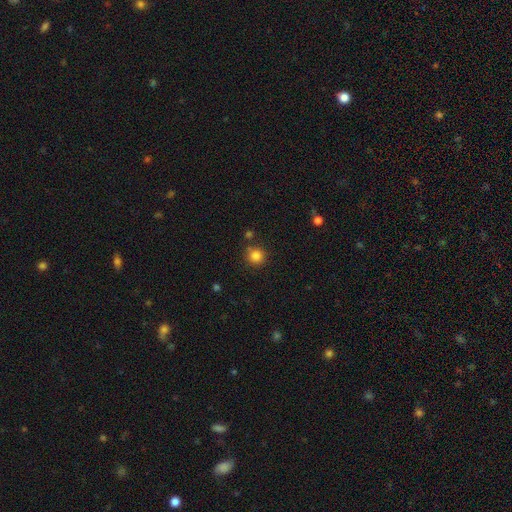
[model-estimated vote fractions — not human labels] A smooth galaxy with no disk features (84%) that is round (92%). Merging: none (82%).